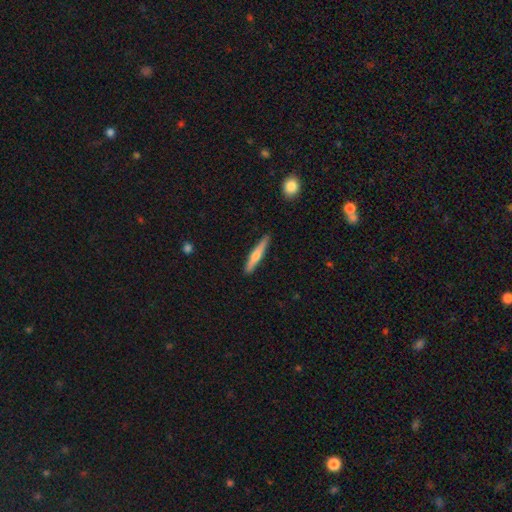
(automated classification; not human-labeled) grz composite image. It shows a smooth galaxy with no disk features (55%) that is cigar-shaped (92%). Merging: none (88%).